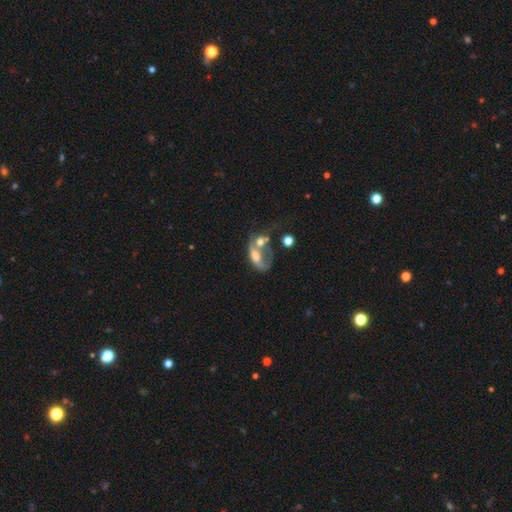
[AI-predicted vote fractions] A featured or disk galaxy (51%). Merging: merger (54%).